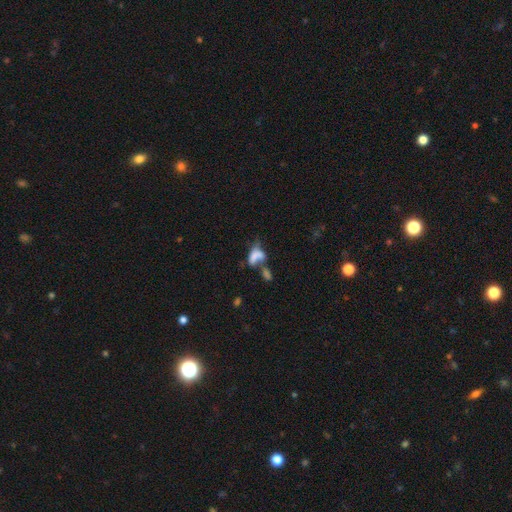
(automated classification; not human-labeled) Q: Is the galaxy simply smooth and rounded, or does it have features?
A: smooth — 57%.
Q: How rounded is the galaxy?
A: in between — 83%.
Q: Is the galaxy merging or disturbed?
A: merger — 53%.